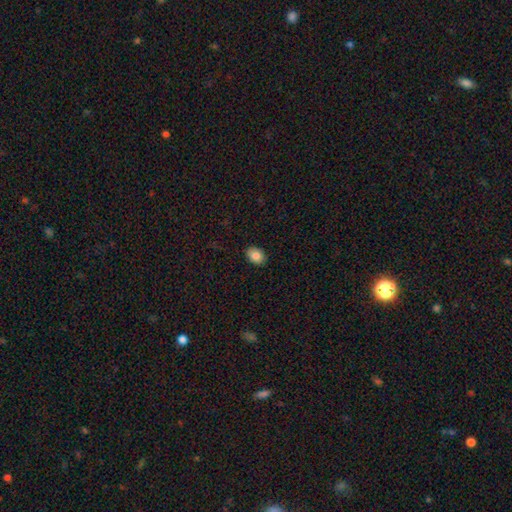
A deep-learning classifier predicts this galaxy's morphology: Smooth or featured? Predicted: smooth (p=0.86). How rounded? Predicted: in between (p=0.72). Merging? Predicted: none (p=0.89).